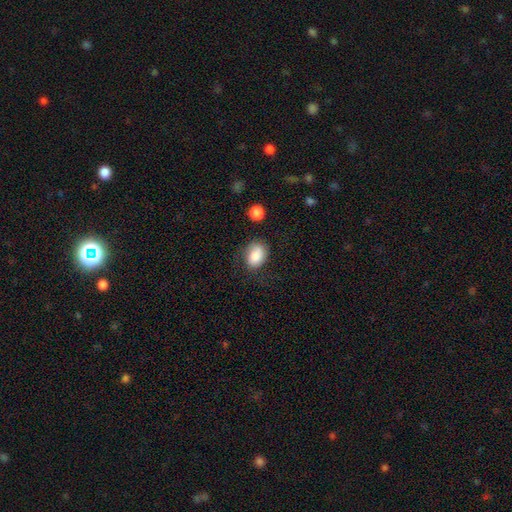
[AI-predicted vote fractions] smooth-or-featured: smooth: 84% | featured or disk: 8% | star or artifact: 8%
  how-rounded: in between: 77% | round: 22% | cigar-shaped: 1%
  merging: none: 65% | minor disturbance: 24% | major disturbance: 8% | merger: 4%